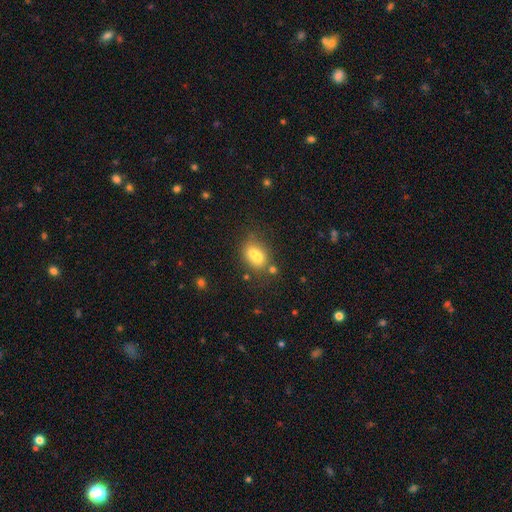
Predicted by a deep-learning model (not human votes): A smooth galaxy with no disk features (67%) that is in between round and cigar-shaped (64%). Merging: merger (47%).